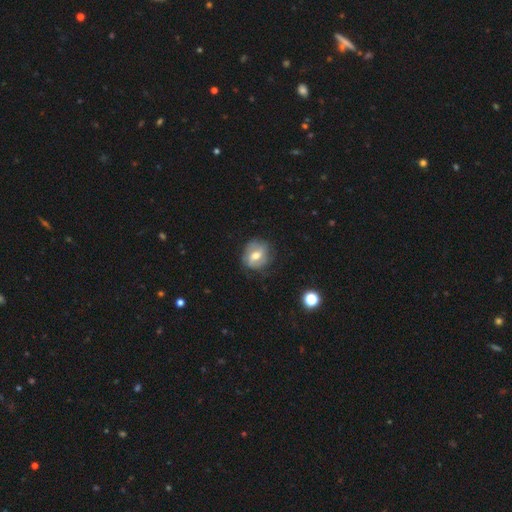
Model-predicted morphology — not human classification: This appears to be a featured or disk galaxy (54%) with a weak bar (48%), spiral arms (68%) and a moderate central bulge (73%). Merging: none (69%).